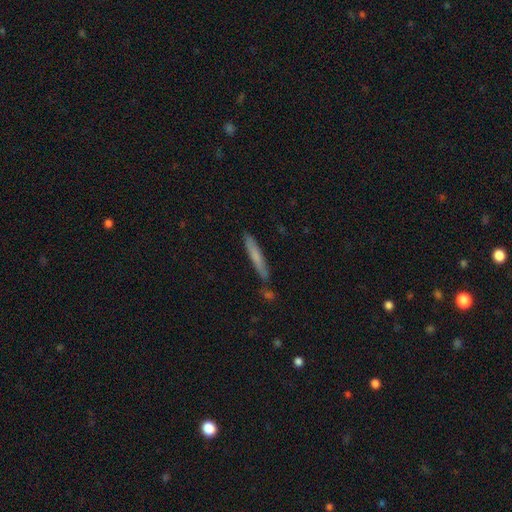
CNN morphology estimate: Smooth or featured? smooth (63%)
How rounded? cigar-shaped (94%)
Merging? none (81%)